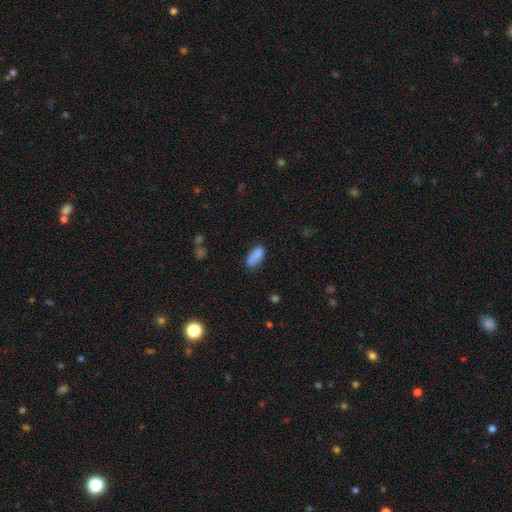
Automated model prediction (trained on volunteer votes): smooth_or_featured: smooth (p=0.84) [alt: star or artifact p=0.09]
how_rounded: in between (p=0.86) [alt: cigar-shaped p=0.11]
merging: none (p=0.60) [alt: minor disturbance p=0.26]